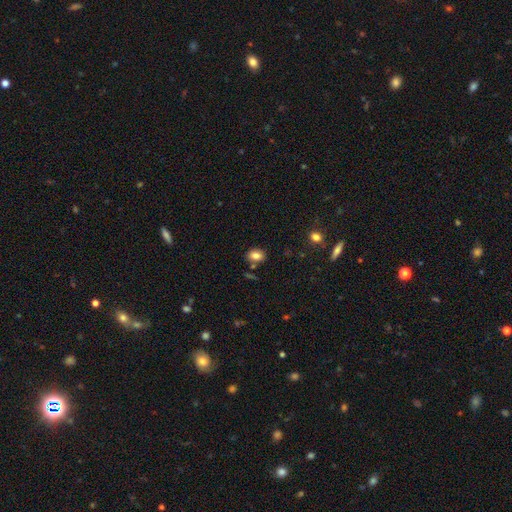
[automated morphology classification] Overall: smooth (82%). How rounded: in between (66%; round 33%). Merging: none (79%).